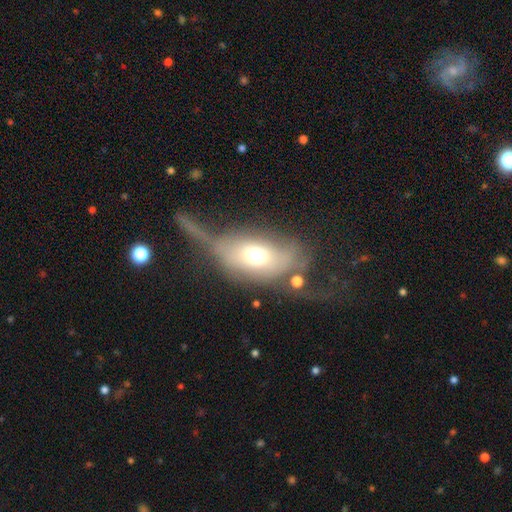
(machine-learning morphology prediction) smooth 54%, featured or disk 36%, star or artifact 10%. Down the decision tree: how rounded — in between (80%); merging — major disturbance (39%).